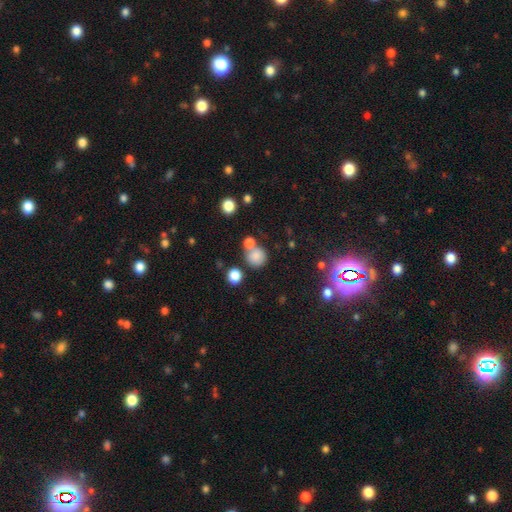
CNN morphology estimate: The model was most divided on "merging": none: 57%, merger: 28%, minor disturbance: 11%, major disturbance: 5%. More confident: how rounded — round (86%); smooth or featured — smooth (81%).